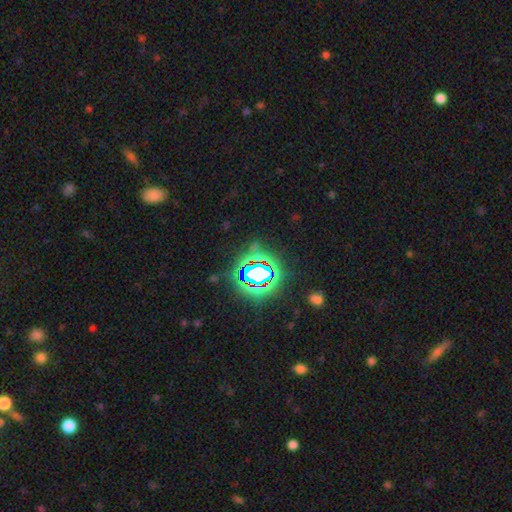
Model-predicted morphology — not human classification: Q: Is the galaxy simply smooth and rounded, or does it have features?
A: star or artifact — 78%.